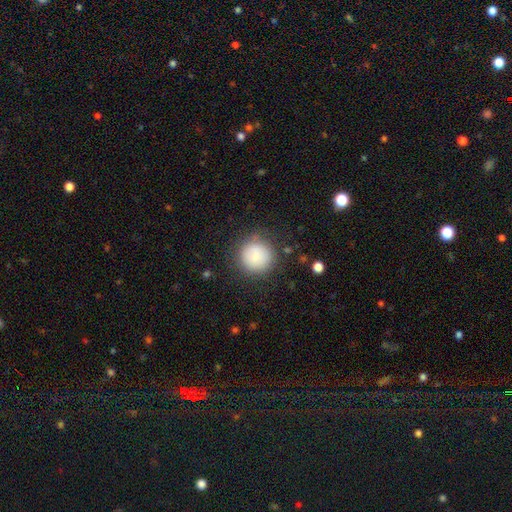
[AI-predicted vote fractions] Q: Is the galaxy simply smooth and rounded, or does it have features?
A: smooth — 82%.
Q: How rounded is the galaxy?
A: round — 94%.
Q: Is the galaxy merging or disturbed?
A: none — 83%.